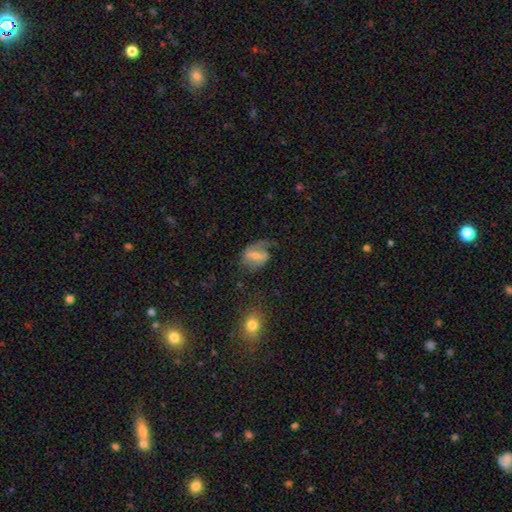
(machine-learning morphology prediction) type=featured or disk (56%); edge-on=no (96%); bar=weak (43%); spiral arms=yes (76%); bulge=small (45%); merging=none (45%).